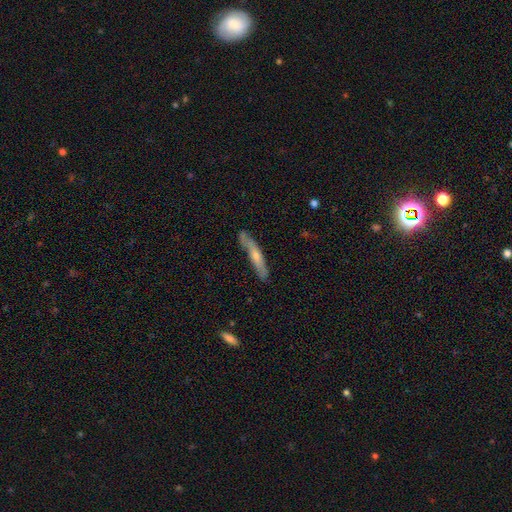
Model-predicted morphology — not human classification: Smooth or featured? featured or disk (48%)
Merging? none (70%)